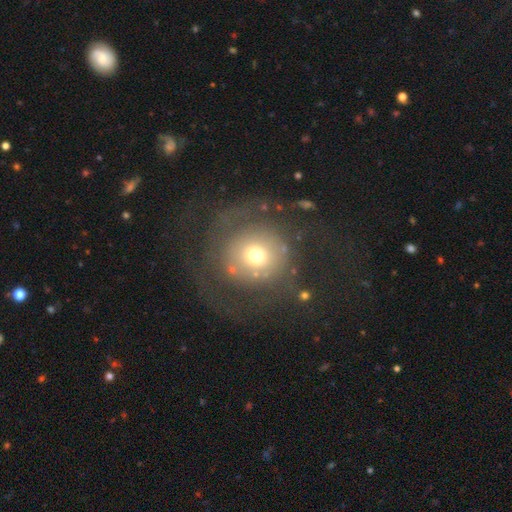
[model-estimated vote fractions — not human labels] smooth-or-featured: smooth: 52% | featured or disk: 35% | star or artifact: 13%
  how-rounded: round: 91% | in between: 9% | cigar-shaped: 1%
  merging: none: 55% | major disturbance: 28% | minor disturbance: 15% | merger: 3%